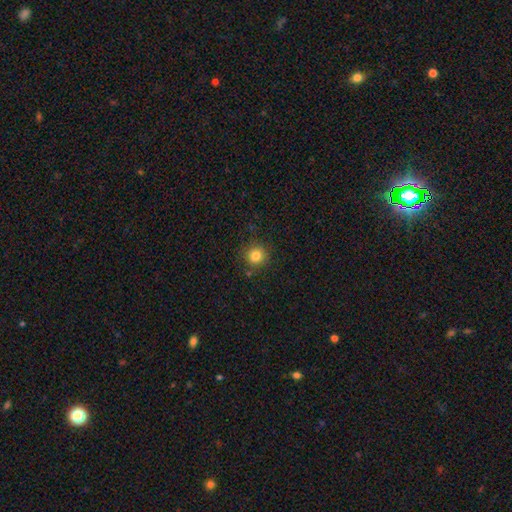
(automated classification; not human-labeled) This appears to be a smooth galaxy with no disk features (82%) that is round (93%). Merging: none (86%).